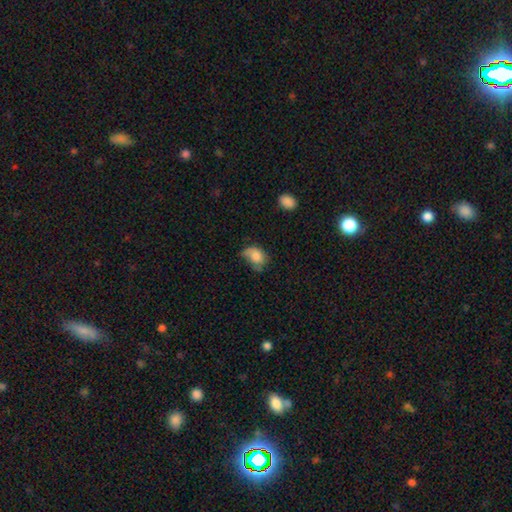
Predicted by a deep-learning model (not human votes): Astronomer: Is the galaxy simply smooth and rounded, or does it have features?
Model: smooth — 70%.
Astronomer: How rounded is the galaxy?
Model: in between — 66%.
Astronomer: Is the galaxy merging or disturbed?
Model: minor disturbance — 37% (runner-up: none, 32%).